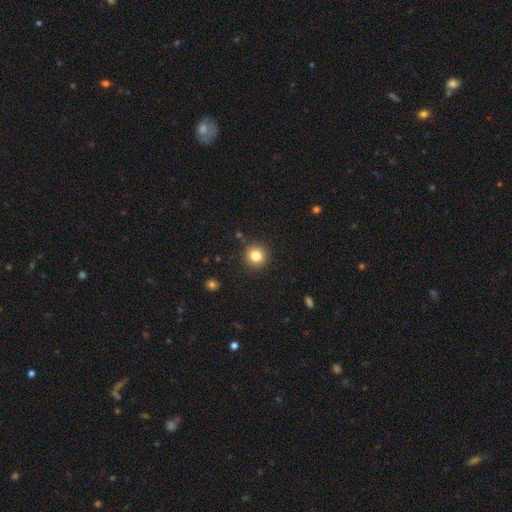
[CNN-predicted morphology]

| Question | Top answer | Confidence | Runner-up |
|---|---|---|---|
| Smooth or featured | smooth | 82% | star or artifact (11%) |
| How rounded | round | 94% | in between (5%) |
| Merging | none | 90% | minor disturbance (6%) |